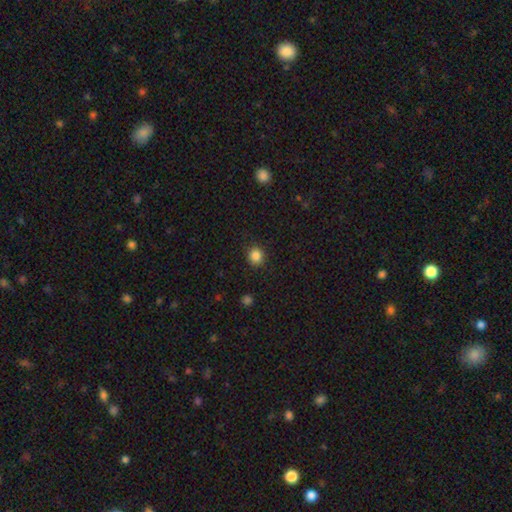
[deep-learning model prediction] This appears to be a smooth galaxy with no disk features (86%) that is round (87%). Merging: none (90%).